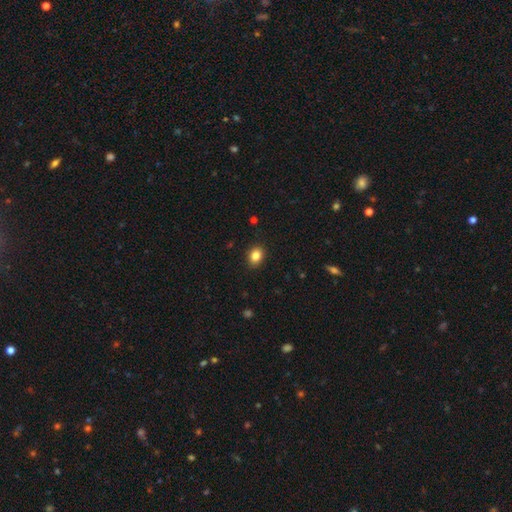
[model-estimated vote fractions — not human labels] This appears to be a smooth galaxy with no disk features (84%) that is in between round and cigar-shaped (52%). Merging: none (90%).